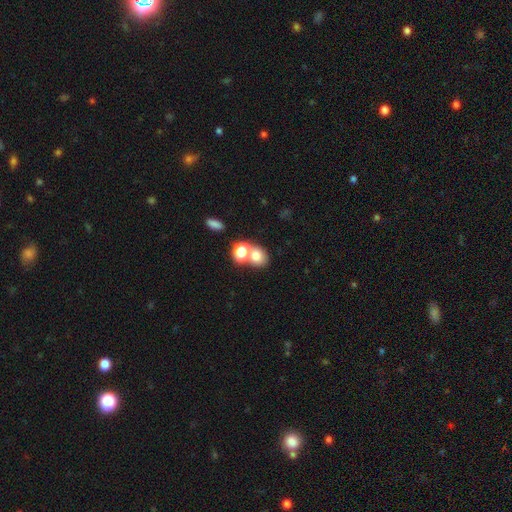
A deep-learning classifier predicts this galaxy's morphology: smooth 72%, star or artifact 16%, featured or disk 12%. Down the decision tree: how rounded — round (60%); merging — merger (45%).